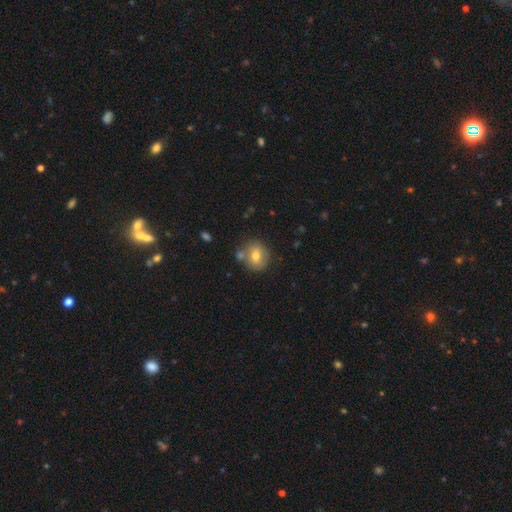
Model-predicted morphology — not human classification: Smooth or featured? Predicted: smooth (p=0.72). How rounded? Predicted: round (p=0.70). Merging? Predicted: none (p=0.70).